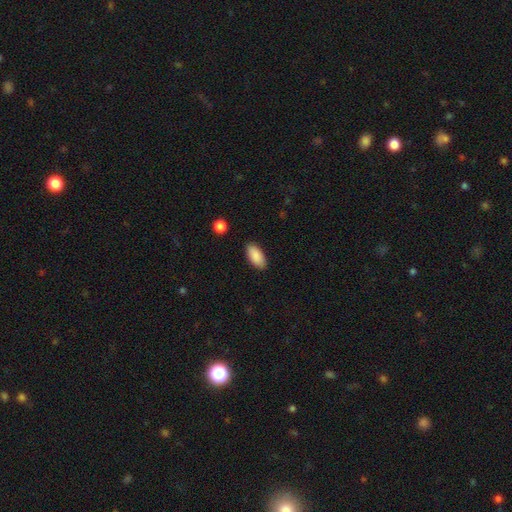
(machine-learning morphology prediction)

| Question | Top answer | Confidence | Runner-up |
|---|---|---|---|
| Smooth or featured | smooth | 89% | star or artifact (6%) |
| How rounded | in between | 92% | cigar-shaped (6%) |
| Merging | none | 87% | minor disturbance (10%) |